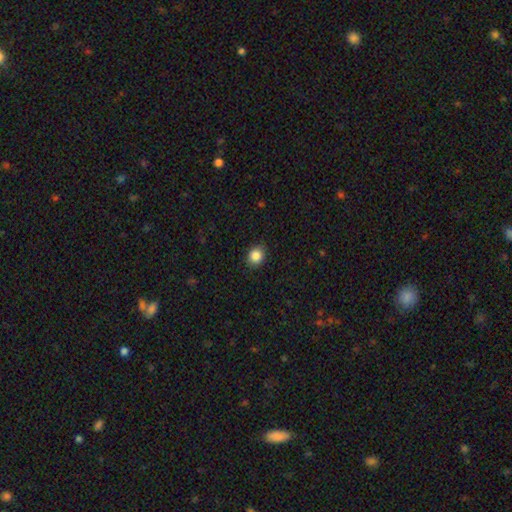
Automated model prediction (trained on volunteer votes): smooth_or_featured: smooth (p=0.85) [alt: star or artifact p=0.10]
how_rounded: round (p=0.67) [alt: in between p=0.32]
merging: none (p=0.88) [alt: minor disturbance p=0.09]